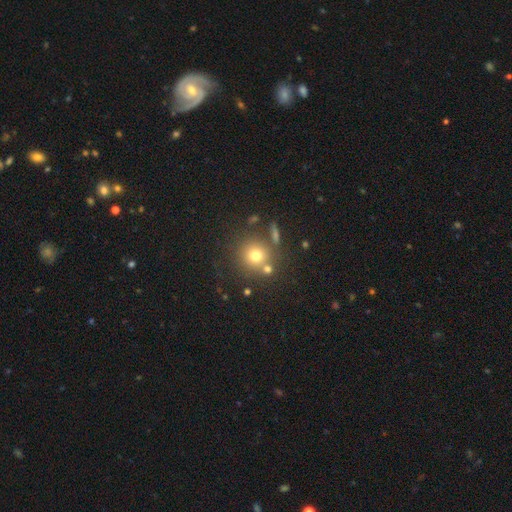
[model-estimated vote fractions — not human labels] Smooth or featured? Predicted: smooth (p=0.73). How rounded? Predicted: round (p=0.91). Merging? Predicted: none (p=0.73).